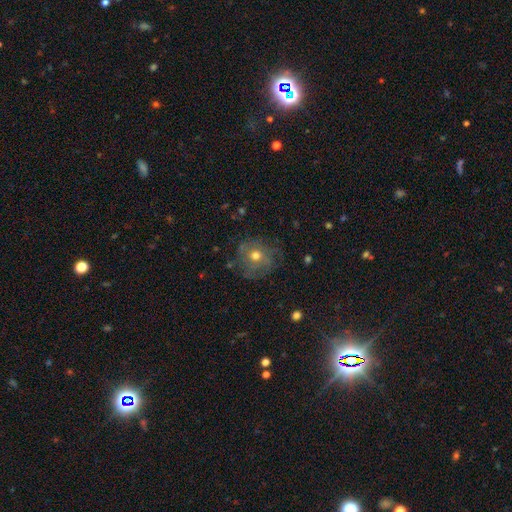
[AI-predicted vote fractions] A smooth galaxy with no disk features (54%) that is round (85%).

Vote fractions:
- Smooth or featured? smooth: 54% / featured or disk: 34% / star or artifact: 12%
- How rounded? round: 85% / in between: 14% / cigar-shaped: 1%
- Merging? none: 69% / minor disturbance: 19% / major disturbance: 10% / merger: 2%